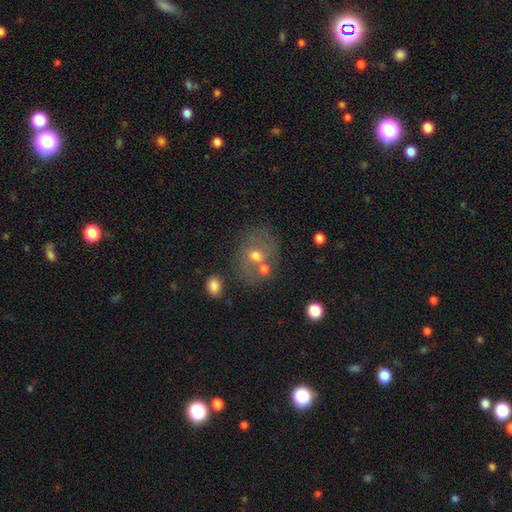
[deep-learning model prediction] A smooth galaxy with no disk features (46%). Merging: none (60%).